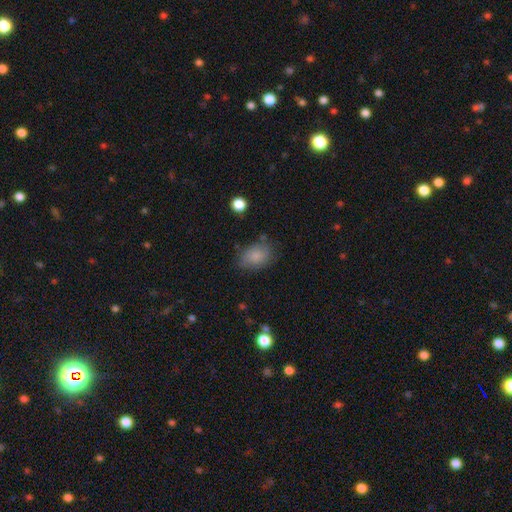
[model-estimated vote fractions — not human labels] smooth_or_featured: smooth (p=0.82) [alt: featured or disk p=0.10]
how_rounded: in between (p=0.79) [alt: round p=0.20]
merging: none (p=0.69) [alt: minor disturbance p=0.22]